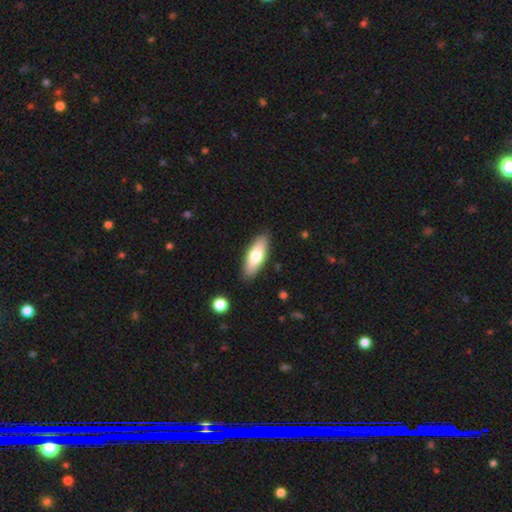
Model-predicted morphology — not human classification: smooth-or-featured: smooth: 71% | featured or disk: 24% | star or artifact: 6%
  how-rounded: in between: 68% | cigar-shaped: 30% | round: 2%
  merging: none: 88% | minor disturbance: 9% | major disturbance: 2% | merger: 1%